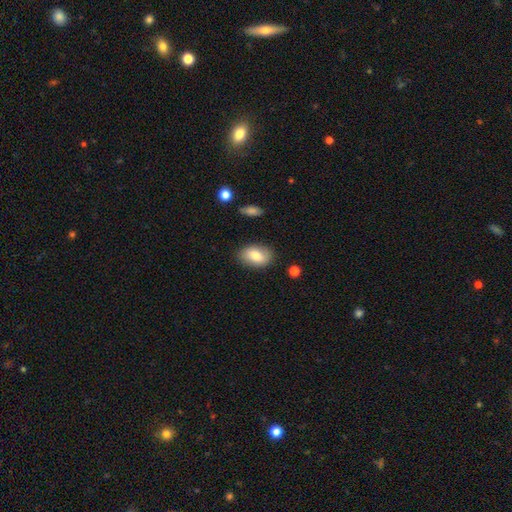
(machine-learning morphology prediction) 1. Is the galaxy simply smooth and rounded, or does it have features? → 77% smooth, 16% featured or disk, 7% star or artifact.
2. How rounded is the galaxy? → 89% in between, 9% round, 2% cigar-shaped.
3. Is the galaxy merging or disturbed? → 83% none, 13% minor disturbance, 3% major disturbance, 2% merger.